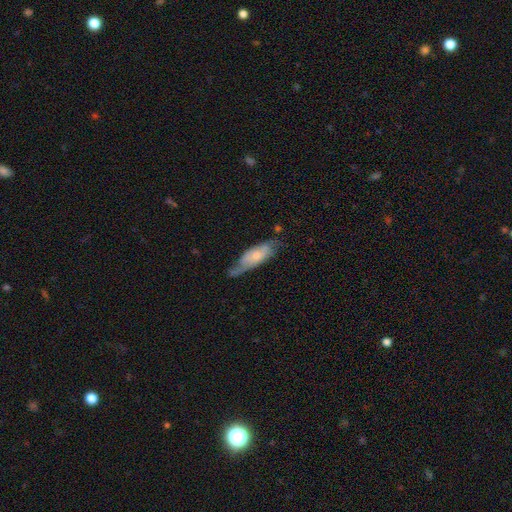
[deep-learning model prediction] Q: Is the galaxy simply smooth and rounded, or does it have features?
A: smooth — 49%.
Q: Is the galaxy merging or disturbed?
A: none — 49%.